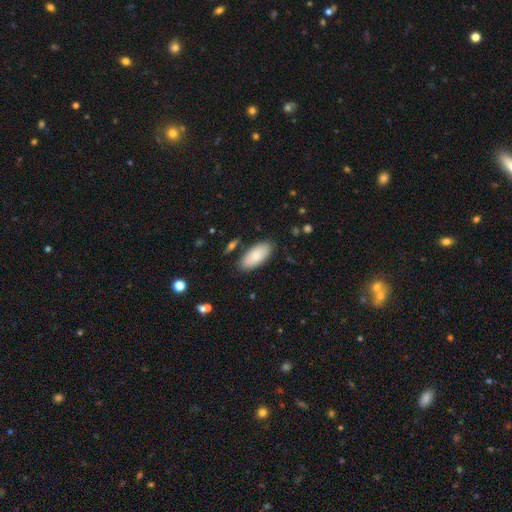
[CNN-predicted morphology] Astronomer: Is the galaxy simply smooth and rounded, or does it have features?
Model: smooth — 82%.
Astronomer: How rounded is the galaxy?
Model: in between — 91%.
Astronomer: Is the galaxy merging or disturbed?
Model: none — 81%.